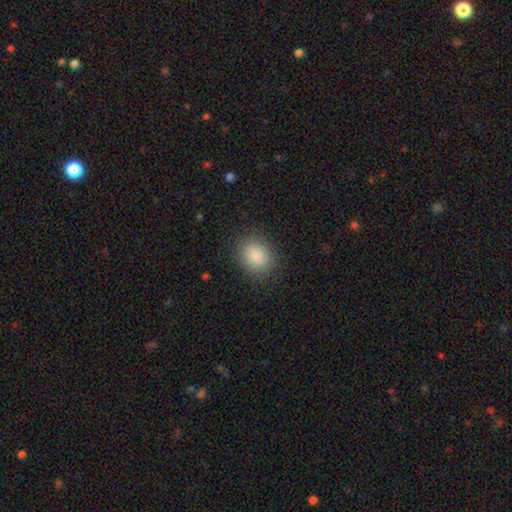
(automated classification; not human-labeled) This is clearly a smooth galaxy (87%). How rounded: possibly round (53%). Merging: clearly none (86%).